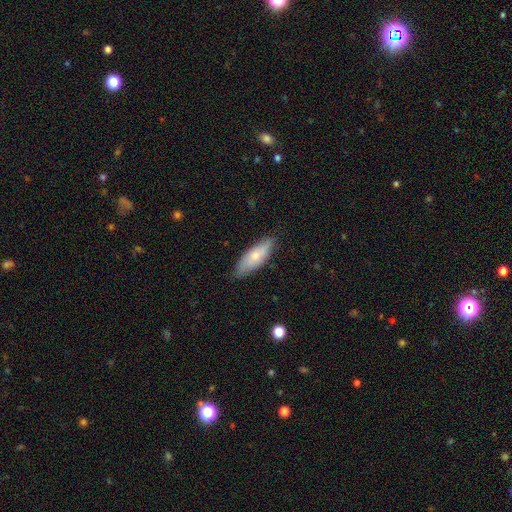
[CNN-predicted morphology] The model was most divided on "how rounded": in between: 65%, cigar-shaped: 33%, round: 2%. More confident: merging — none (79%); smooth or featured — smooth (70%).